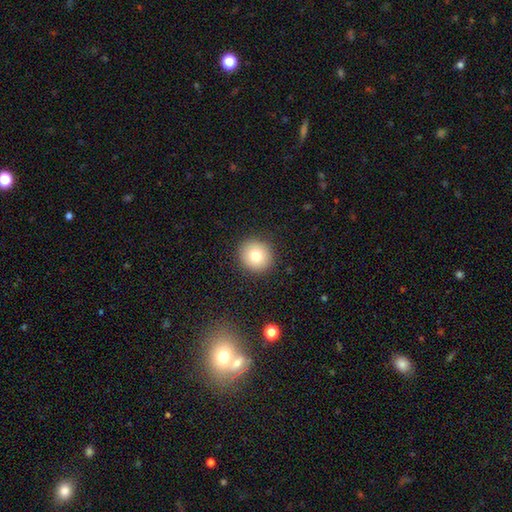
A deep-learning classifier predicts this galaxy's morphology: Smooth or featured?
  - smooth: 78% *
  - featured or disk: 11%
  - star or artifact: 11%
How rounded?
  - round: 89% *
  - in between: 10%
  - cigar-shaped: 1%
Merging?
  - none: 90% *
  - minor disturbance: 6%
  - major disturbance: 2%
  - merger: 1%